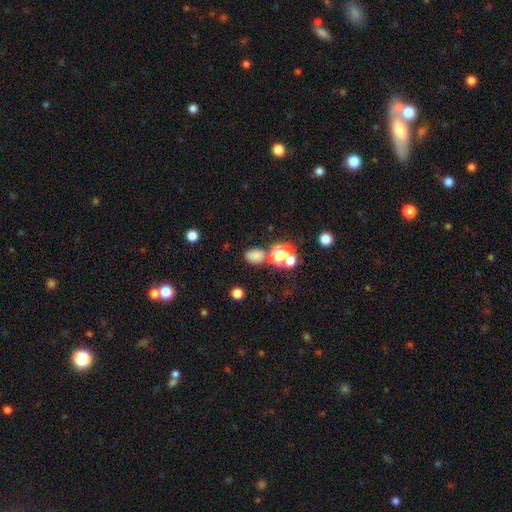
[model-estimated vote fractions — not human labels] This appears to be a smooth galaxy with no disk features (69%) that is in between round and cigar-shaped (65%). Merging: none (62%).